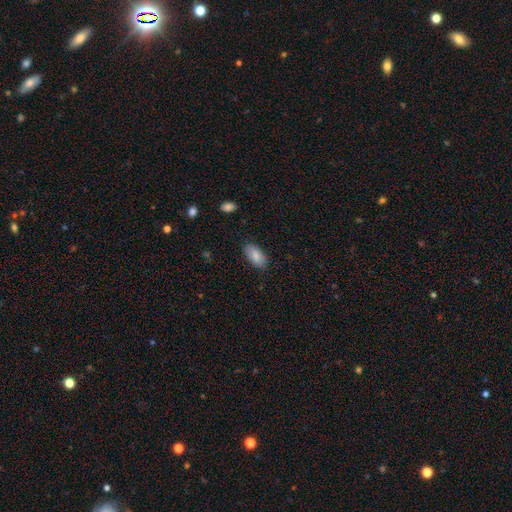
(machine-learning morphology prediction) smooth 85%, featured or disk 8%, star or artifact 6%. Down the decision tree: how rounded — in between (93%); merging — none (85%).